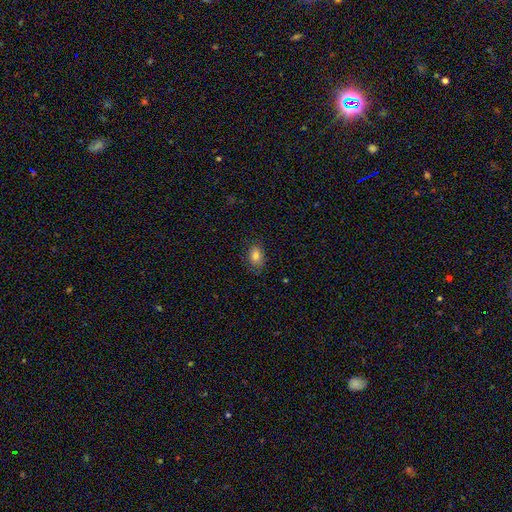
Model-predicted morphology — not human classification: smooth-or-featured: smooth: 81% | featured or disk: 10% | star or artifact: 9%
  how-rounded: in between: 81% | round: 17% | cigar-shaped: 1%
  merging: none: 77% | minor disturbance: 17% | major disturbance: 5% | merger: 1%